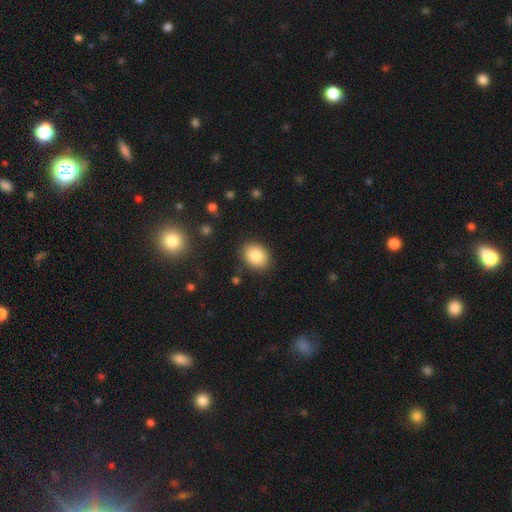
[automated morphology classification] smooth-or-featured: smooth: 85% | star or artifact: 9% | featured or disk: 7%
  how-rounded: in between: 56% | round: 43% | cigar-shaped: 1%
  merging: none: 88% | minor disturbance: 9% | major disturbance: 2% | merger: 1%